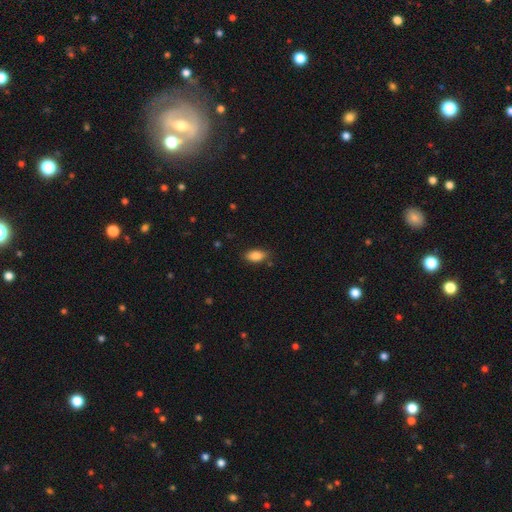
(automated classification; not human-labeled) A smooth galaxy with no disk features (86%) that is in between round and cigar-shaped (90%).

Vote fractions:
- Smooth or featured? smooth: 86% / star or artifact: 8% / featured or disk: 7%
- How rounded? in between: 90% / cigar-shaped: 6% / round: 4%
- Merging? none: 82% / minor disturbance: 14% / major disturbance: 3% / merger: 2%